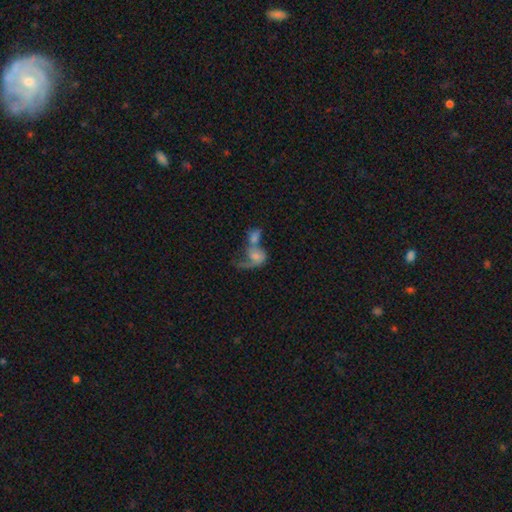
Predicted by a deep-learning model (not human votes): Smooth or featured? Predicted: featured or disk (p=0.48). Merging? Predicted: merger (p=0.66).